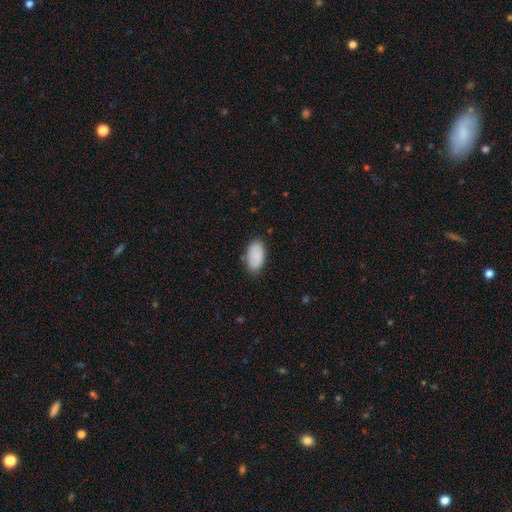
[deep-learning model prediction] Smooth or featured? Predicted: smooth (p=0.85). How rounded? Predicted: in between (p=0.95). Merging? Predicted: none (p=0.81).